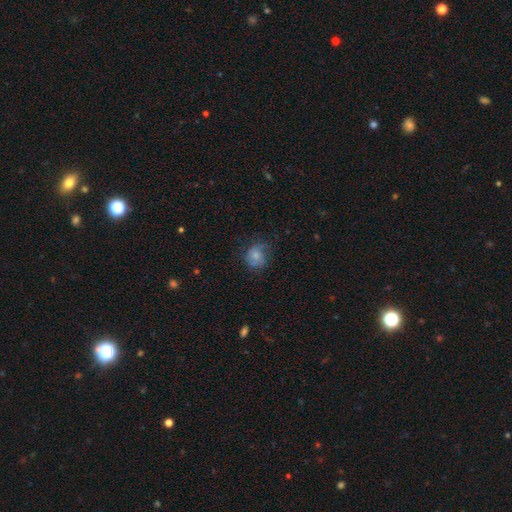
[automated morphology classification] This appears to be a smooth galaxy with no disk features (67%) that is round (68%). Merging: none (55%).